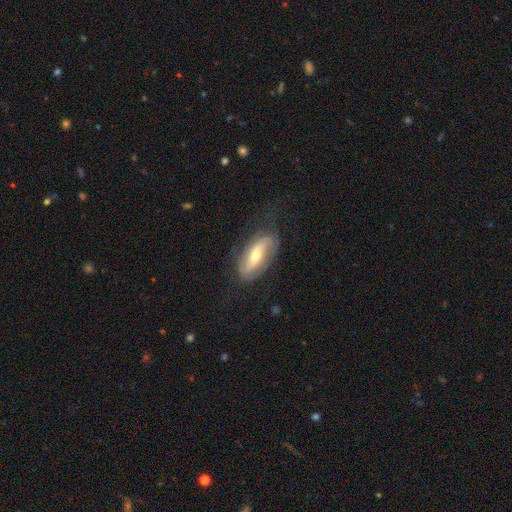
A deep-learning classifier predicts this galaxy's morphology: smooth-or-featured: featured or disk: 73% | smooth: 20% | star or artifact: 7%
  disk-edge-on: no: 87% | yes: 13%
    bar: strong: 45% | weak: 31% | no: 25%
    has-spiral-arms: yes: 85% | no: 15%
      spiral-winding: loose: 46% | medium: 32% | tight: 21%
      spiral-arm-count: 2: 83% | can't tell: 10% | 1: 4% | 3: 1% | 4: 1% | more than 4: 1%
    bulge-size: moderate: 60% | small: 34% | large: 4% | none: 1% | dominant: 1%
  merging: none: 72% | minor disturbance: 18% | major disturbance: 9% | merger: 1%